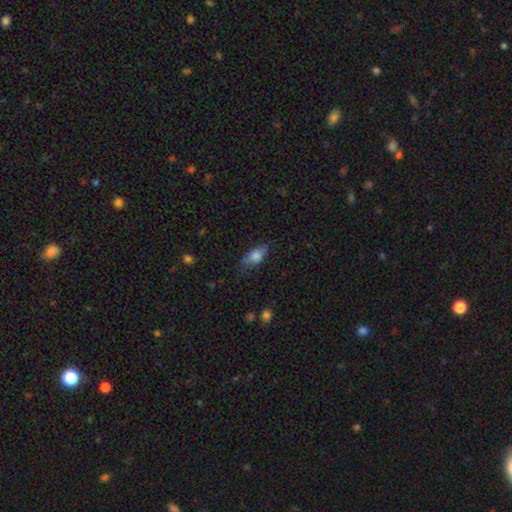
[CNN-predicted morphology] A smooth galaxy with no disk features (75%) that is in between round and cigar-shaped (80%).

Vote fractions:
- Smooth or featured? smooth: 75% / featured or disk: 17% / star or artifact: 8%
- How rounded? in between: 80% / cigar-shaped: 16% / round: 4%
- Merging? none: 70% / minor disturbance: 22% / major disturbance: 6% / merger: 1%